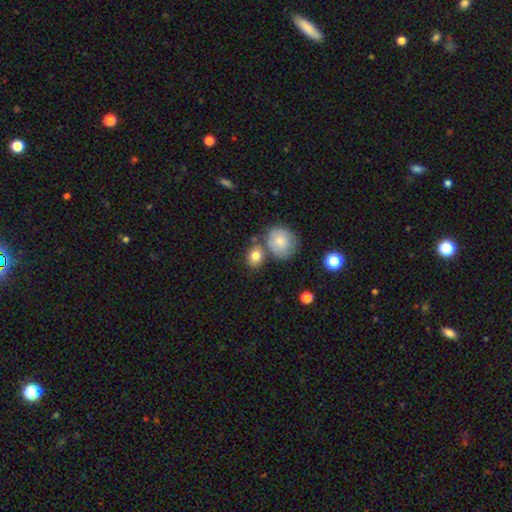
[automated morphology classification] The model was most divided on "how rounded": round: 61%, in between: 38%, cigar-shaped: 1%. More confident: smooth or featured — smooth (79%); merging — none (57%).